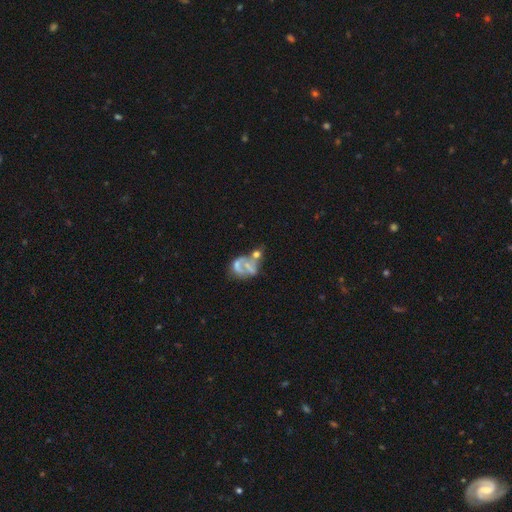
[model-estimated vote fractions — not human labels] smooth_or_featured: featured or disk (p=0.56) [alt: smooth p=0.26]
disk_edge_on: no (p=0.97) [alt: yes p=0.03]
bar: no (p=0.79) [alt: weak p=0.14]
has_spiral_arms: no (p=0.73) [alt: yes p=0.27]
bulge_size: none (p=0.57) [alt: small p=0.22]
merging: merger (p=0.37) [alt: major disturbance p=0.25]